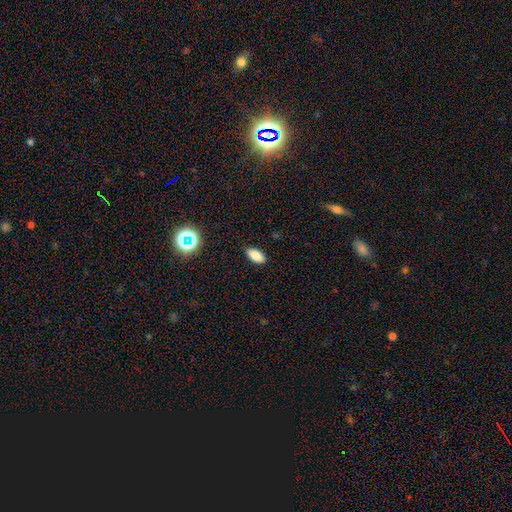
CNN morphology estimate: Q: Smooth or featured?
A: smooth (84%); runner-up: star or artifact (11%)
Q: How rounded?
A: in between (90%); runner-up: cigar-shaped (6%)
Q: Merging?
A: none (87%); runner-up: minor disturbance (9%)